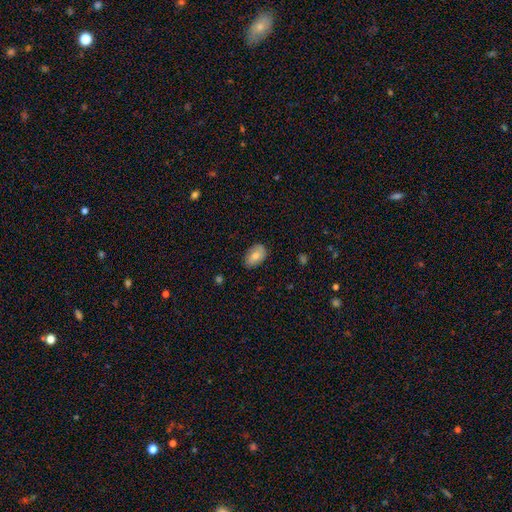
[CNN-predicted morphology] smooth 75%, featured or disk 18%, star or artifact 7%. Down the decision tree: how rounded — in between (91%); merging — none (80%).